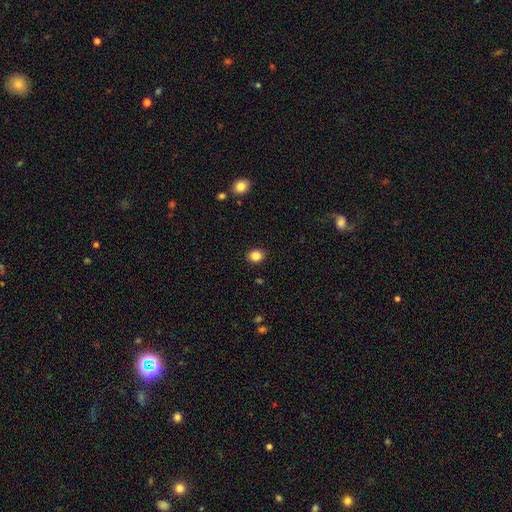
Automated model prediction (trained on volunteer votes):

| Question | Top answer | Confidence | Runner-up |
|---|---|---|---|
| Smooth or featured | smooth | 85% | star or artifact (11%) |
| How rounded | round | 62% | in between (37%) |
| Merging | none | 90% | minor disturbance (7%) |